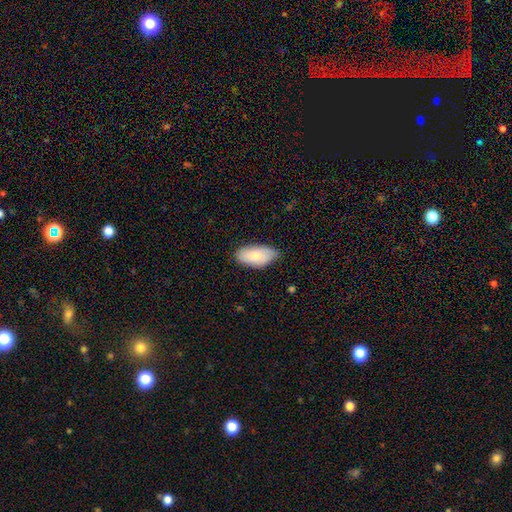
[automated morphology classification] smooth 80%, featured or disk 14%, star or artifact 6%. Down the decision tree: how rounded — in between (94%); merging — none (68%).